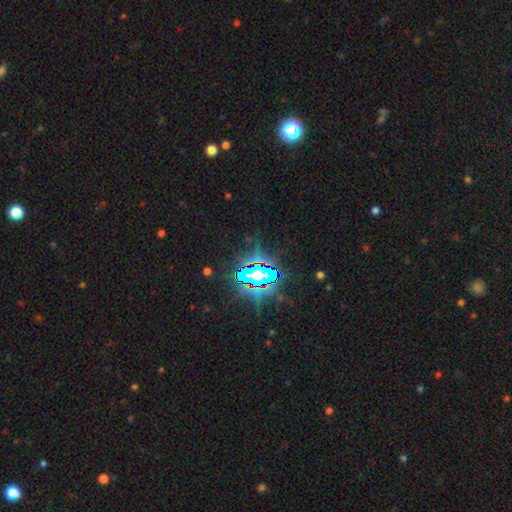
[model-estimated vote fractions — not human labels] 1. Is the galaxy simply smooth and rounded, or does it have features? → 79% star or artifact, 11% smooth, 10% featured or disk.